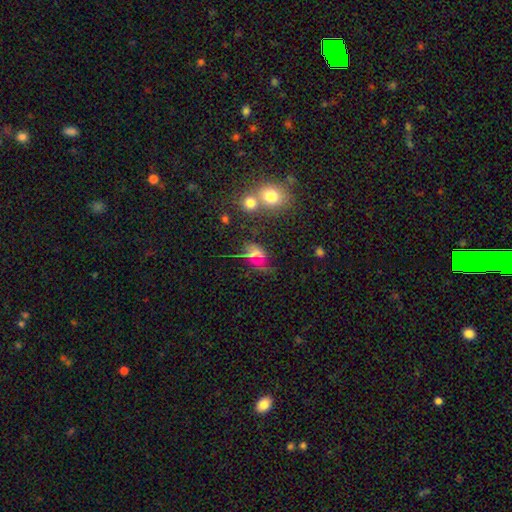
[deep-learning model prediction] Overall: smooth (44%; star or artifact 35%). Merging: none (52%; minor disturbance 18%).